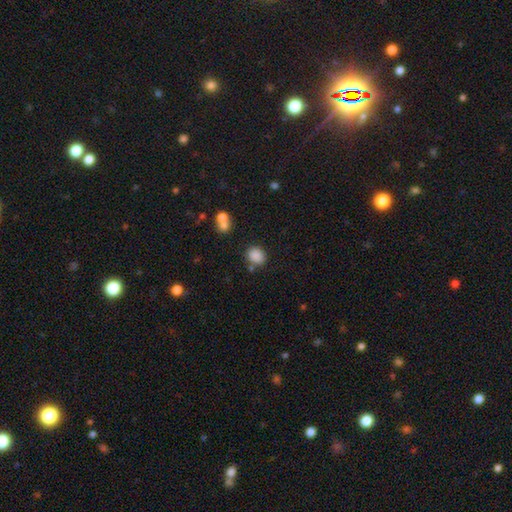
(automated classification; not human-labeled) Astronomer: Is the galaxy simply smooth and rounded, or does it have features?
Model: smooth — 86%.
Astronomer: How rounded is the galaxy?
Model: round — 63%.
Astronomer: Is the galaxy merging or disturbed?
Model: none — 76%.